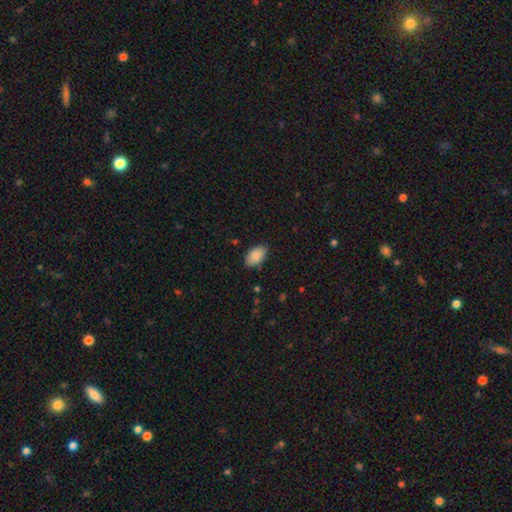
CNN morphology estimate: This appears to be a smooth galaxy with no disk features (89%) that is in between round and cigar-shaped (94%). Merging: none (84%).